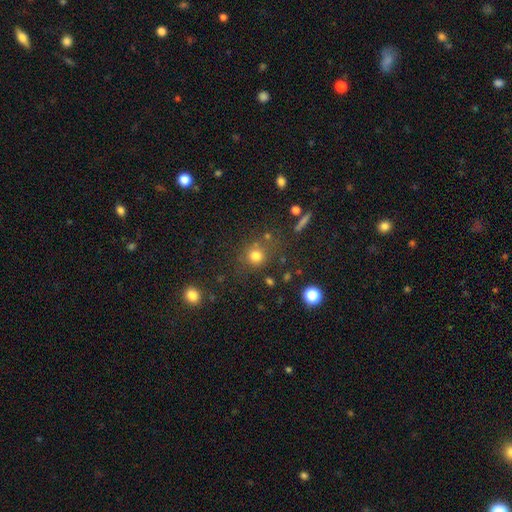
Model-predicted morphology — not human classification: A smooth galaxy with no disk features (76%) that is round (86%). Merging: none (73%).